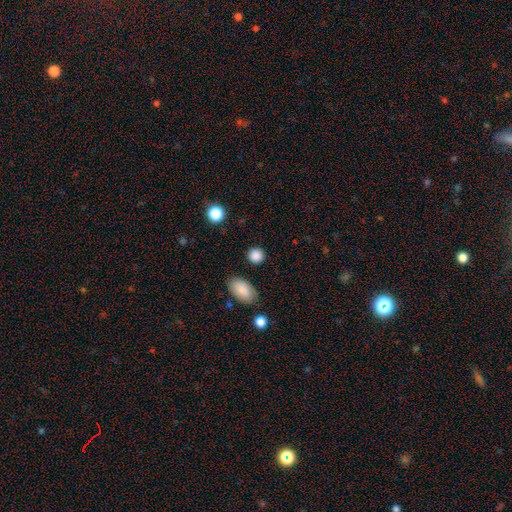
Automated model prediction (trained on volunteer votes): A smooth galaxy with no disk features (86%) that is round (82%).

Vote fractions:
- Smooth or featured? smooth: 86% / star or artifact: 10% / featured or disk: 4%
- How rounded? round: 82% / in between: 17% / cigar-shaped: 1%
- Merging? none: 87% / minor disturbance: 8% / major disturbance: 3% / merger: 2%